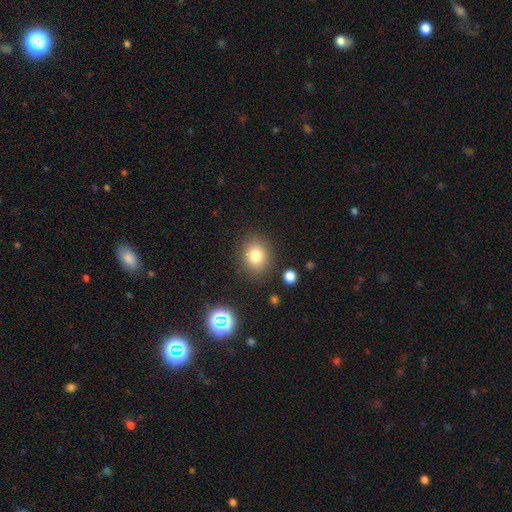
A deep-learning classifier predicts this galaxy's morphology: smooth-or-featured: smooth: 80% | star or artifact: 12% | featured or disk: 8%
  how-rounded: round: 67% | in between: 32% | cigar-shaped: 1%
  merging: none: 85% | minor disturbance: 9% | major disturbance: 3% | merger: 2%